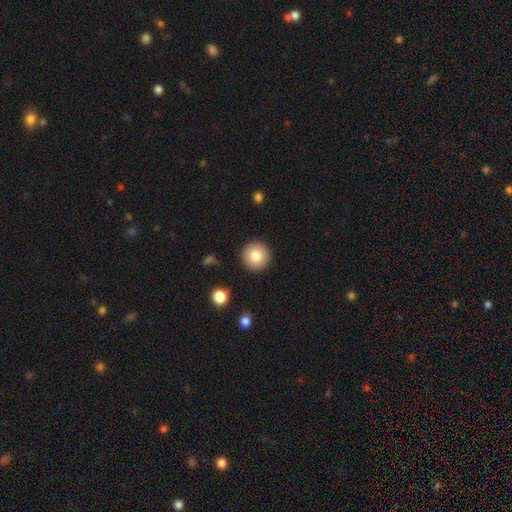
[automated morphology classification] Smooth or featured: smooth — 81% (featured or disk — 10%)
How rounded: round — 96% (in between — 3%)
Merging: none — 91% (minor disturbance — 6%)